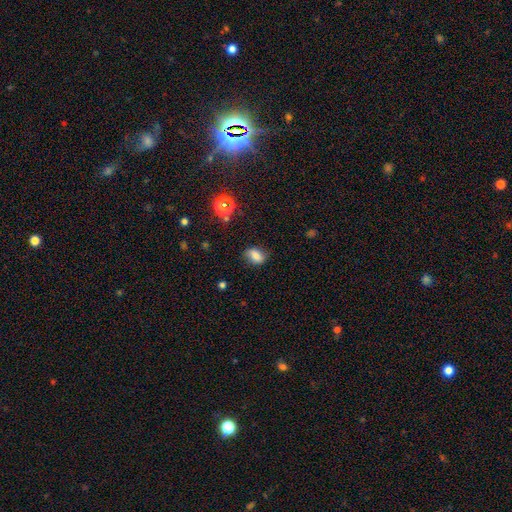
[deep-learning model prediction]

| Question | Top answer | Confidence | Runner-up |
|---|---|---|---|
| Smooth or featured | smooth | 73% | featured or disk (16%) |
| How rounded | in between | 72% | round (25%) |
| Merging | none | 73% | minor disturbance (19%) |